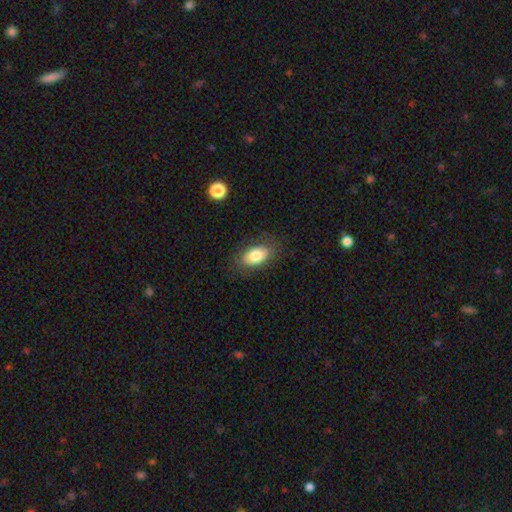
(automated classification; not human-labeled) Smooth or featured? smooth (80%)
How rounded? in between (91%)
Merging? none (82%)